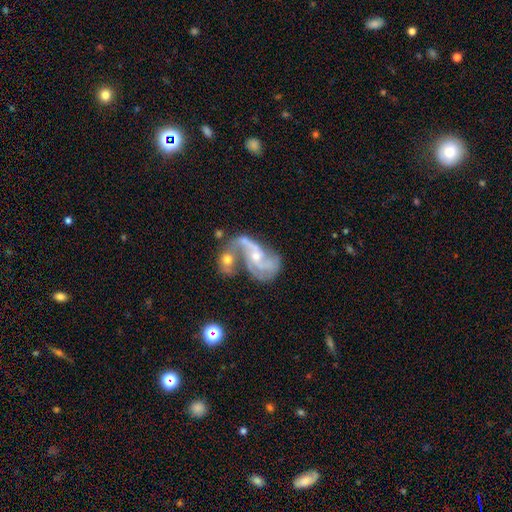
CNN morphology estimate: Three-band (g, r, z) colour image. It shows a featured or disk galaxy (85%) with no bar (54%), 2 (46%) loose (44%) spiral arms (93%) and a small central bulge (53%). Merging: merger (49%).